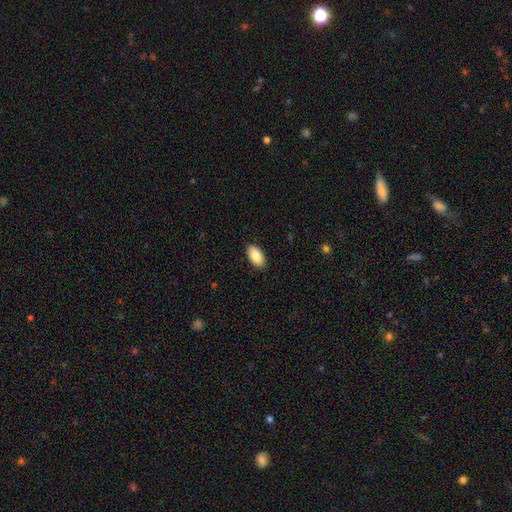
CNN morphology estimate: This appears to be a smooth galaxy with no disk features (88%) that is in between round and cigar-shaped (95%). Merging: none (89%).